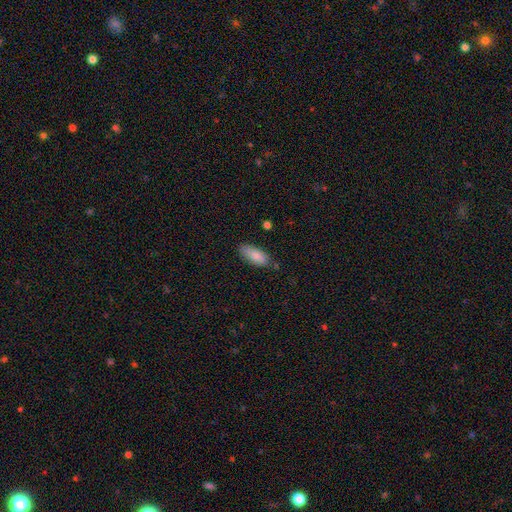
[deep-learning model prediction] The model was most divided on "merging": none: 75%, minor disturbance: 19%, major disturbance: 3%, merger: 3%. More confident: smooth or featured — smooth (86%); how rounded — in between (80%).